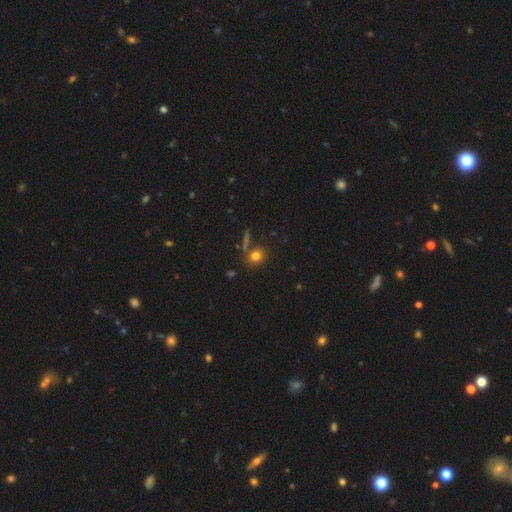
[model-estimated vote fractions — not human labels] Q: Smooth or featured?
A: smooth (79%); runner-up: star or artifact (13%)
Q: How rounded?
A: round (58%); runner-up: in between (40%)
Q: Merging?
A: none (73%); runner-up: minor disturbance (12%)